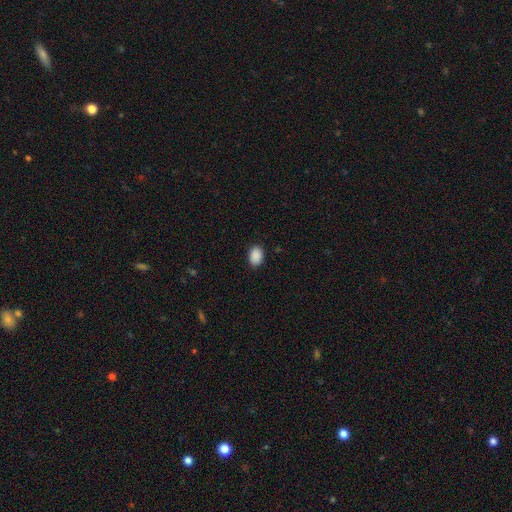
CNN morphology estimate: Smooth or featured?
  - smooth: 90% *
  - star or artifact: 8%
  - featured or disk: 2%
How rounded?
  - in between: 82% *
  - round: 17%
  - cigar-shaped: 1%
Merging?
  - none: 89% *
  - minor disturbance: 8%
  - major disturbance: 2%
  - merger: 1%